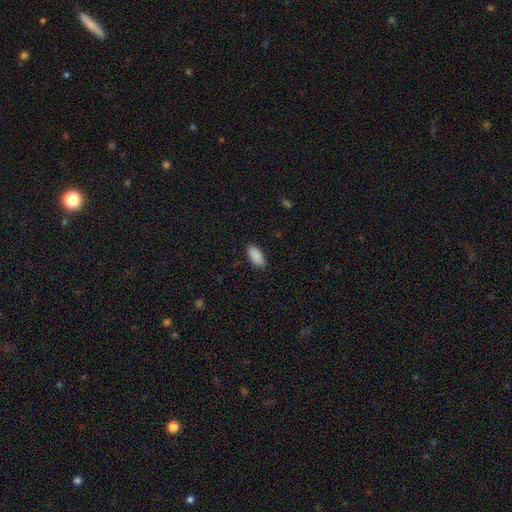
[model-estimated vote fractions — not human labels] smooth_or_featured: smooth (p=0.91) [alt: star or artifact p=0.06]
how_rounded: in between (p=0.90) [alt: cigar-shaped p=0.08]
merging: none (p=0.89) [alt: minor disturbance p=0.08]